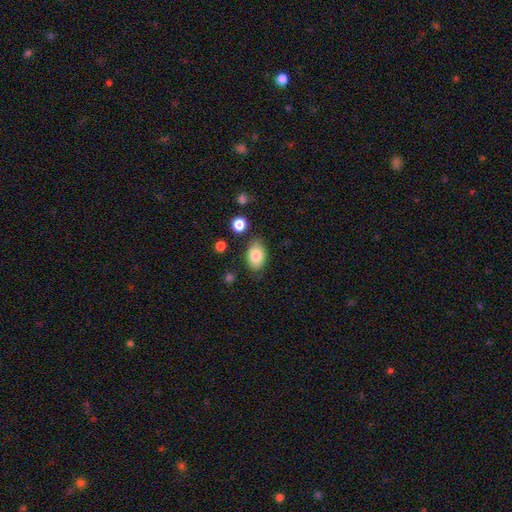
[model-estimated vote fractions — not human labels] A smooth galaxy with no disk features (84%) that is in between round and cigar-shaped (89%). Merging: none (79%).